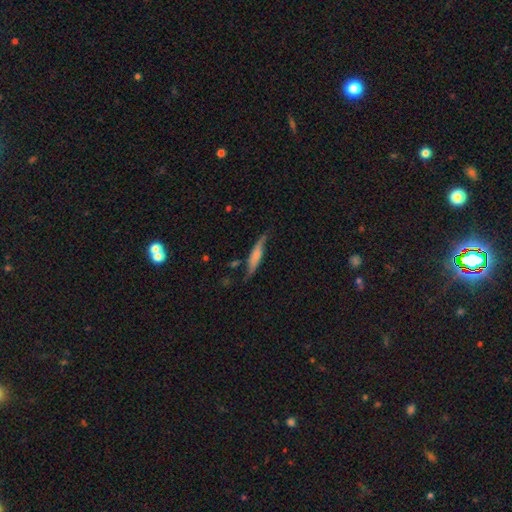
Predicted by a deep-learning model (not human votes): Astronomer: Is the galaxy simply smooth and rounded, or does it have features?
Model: smooth — 51% (runner-up: featured or disk, 42%).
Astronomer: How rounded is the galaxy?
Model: cigar-shaped — 83%.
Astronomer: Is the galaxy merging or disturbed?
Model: none — 63%.